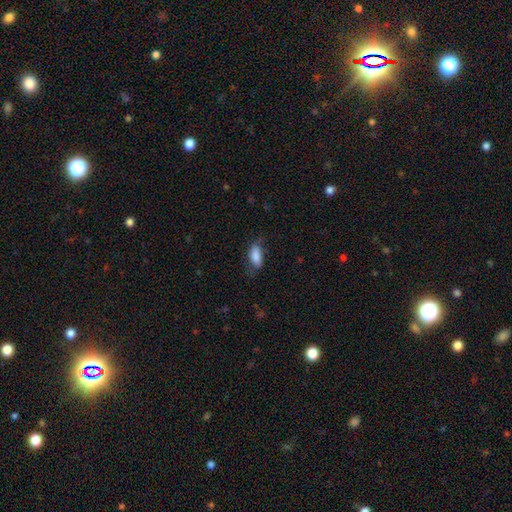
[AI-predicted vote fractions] A smooth galaxy with no disk features (83%) that is in between round and cigar-shaped (82%).

Vote fractions:
- Smooth or featured? smooth: 83% / featured or disk: 10% / star or artifact: 7%
- How rounded? in between: 82% / cigar-shaped: 15% / round: 3%
- Merging? none: 58% / minor disturbance: 29% / major disturbance: 11% / merger: 2%